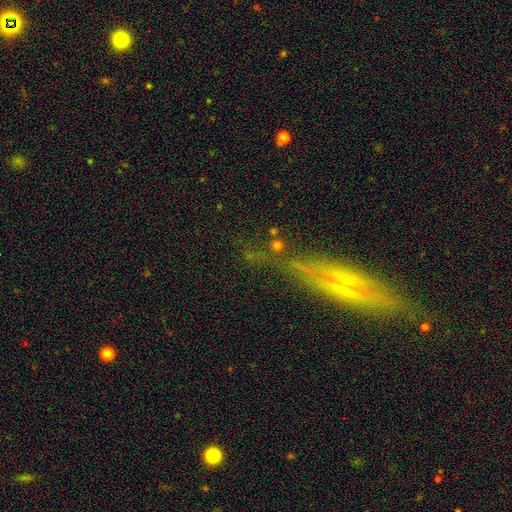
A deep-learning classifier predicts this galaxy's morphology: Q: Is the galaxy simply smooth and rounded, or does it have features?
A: featured or disk — 38%.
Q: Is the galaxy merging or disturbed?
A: none — 65%.